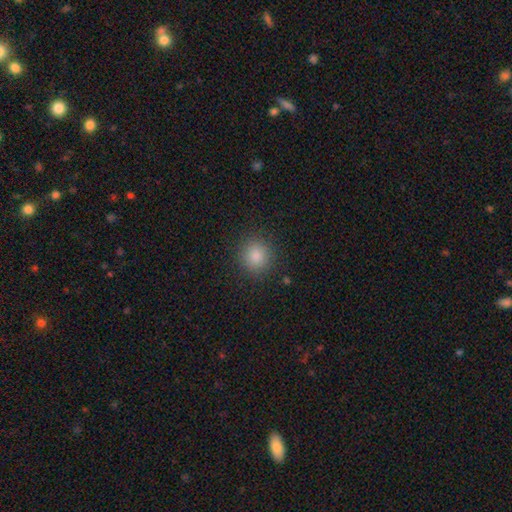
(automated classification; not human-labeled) Smooth or featured? smooth (83%)
How rounded? round (91%)
Merging? none (91%)